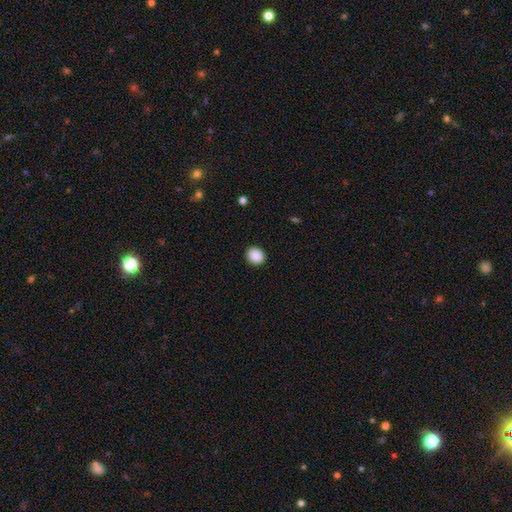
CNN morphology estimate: Smooth or featured? Predicted: smooth (p=0.89). How rounded? Predicted: round (p=0.70). Merging? Predicted: none (p=0.91).